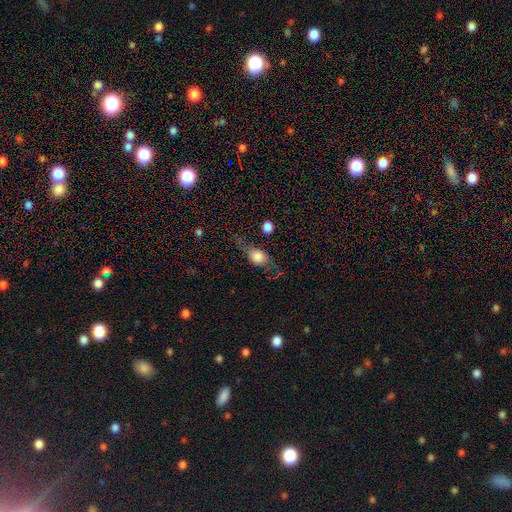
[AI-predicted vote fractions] Morphology: type=smooth (53%); roundness=in between (50%); merging=none (58%).